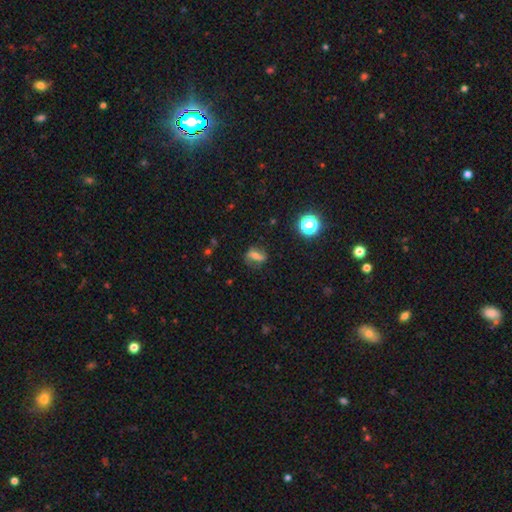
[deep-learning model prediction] Smooth or featured?
  - smooth: 50% *
  - featured or disk: 34%
  - star or artifact: 17%
Merging?
  - none: 70% *
  - minor disturbance: 19%
  - major disturbance: 9%
  - merger: 2%